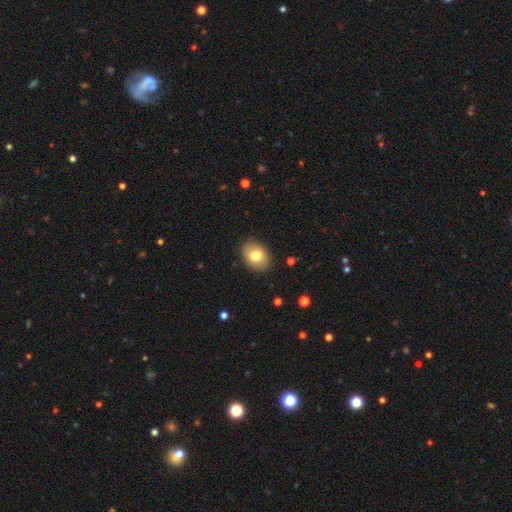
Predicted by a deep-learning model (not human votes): Smooth or featured?
  - smooth: 77% *
  - featured or disk: 15%
  - star or artifact: 8%
How rounded?
  - in between: 73% *
  - round: 26%
  - cigar-shaped: 1%
Merging?
  - none: 87% *
  - minor disturbance: 10%
  - major disturbance: 2%
  - merger: 1%